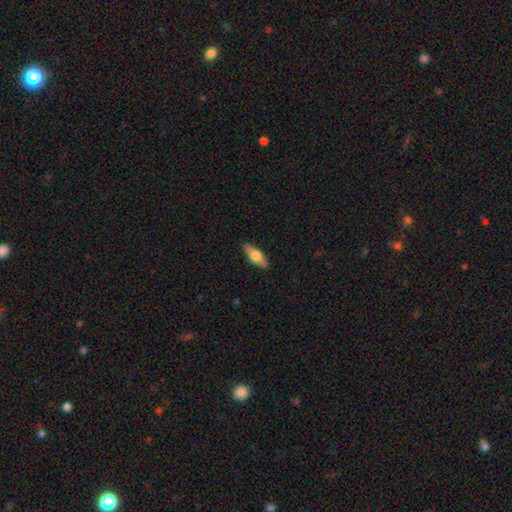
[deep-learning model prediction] smooth_or_featured: smooth (p=0.63) [alt: featured or disk p=0.32]
how_rounded: in between (p=0.65) [alt: cigar-shaped p=0.32]
merging: none (p=0.89) [alt: minor disturbance p=0.09]